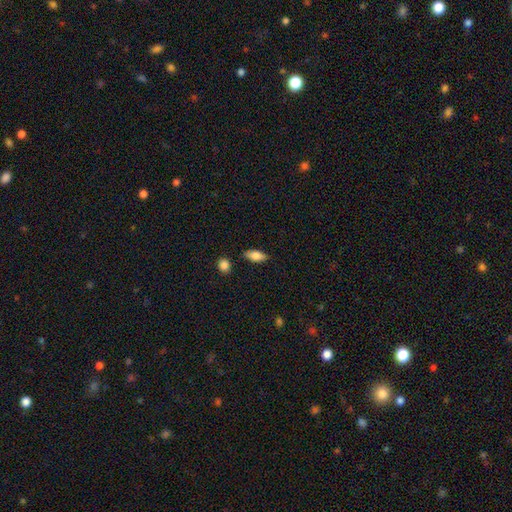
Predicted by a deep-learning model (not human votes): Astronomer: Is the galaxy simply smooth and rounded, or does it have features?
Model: smooth — 80%.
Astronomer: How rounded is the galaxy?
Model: in between — 84%.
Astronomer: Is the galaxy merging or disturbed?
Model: none — 83%.